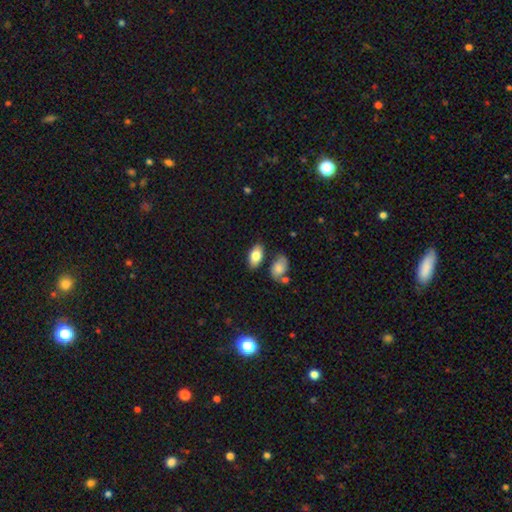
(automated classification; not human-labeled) Smooth or featured? Predicted: smooth (p=0.80). How rounded? Predicted: in between (p=0.93). Merging? Predicted: none (p=0.76).